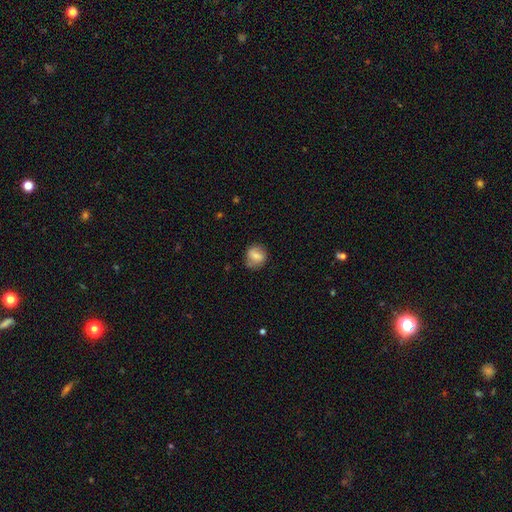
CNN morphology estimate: Smooth or featured? smooth (68%)
How rounded? round (71%)
Merging? none (75%)